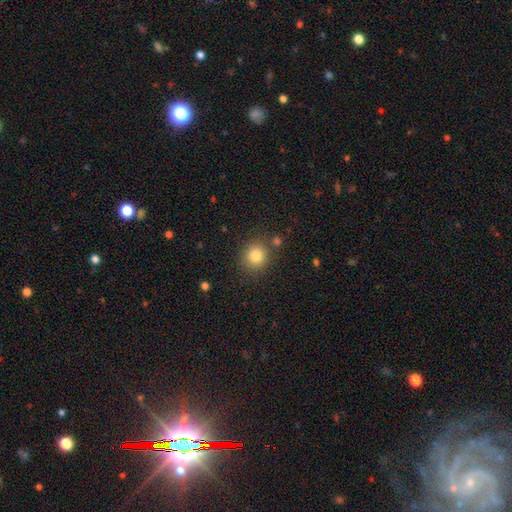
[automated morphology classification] type=smooth (82%); roundness=round (86%); merging=none (82%).